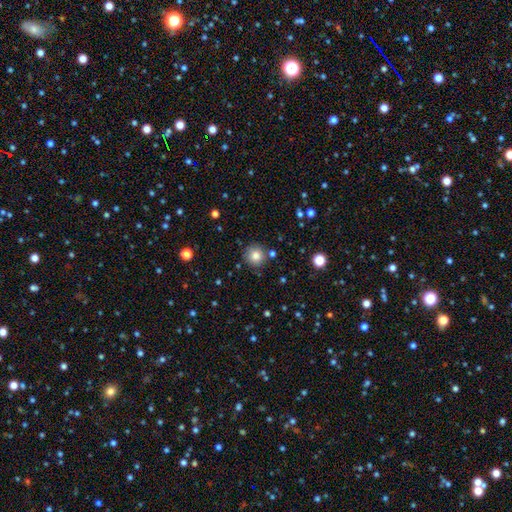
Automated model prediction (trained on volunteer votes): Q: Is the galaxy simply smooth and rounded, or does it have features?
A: smooth — 81%.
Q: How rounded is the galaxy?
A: round — 93%.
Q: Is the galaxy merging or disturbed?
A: none — 84%.